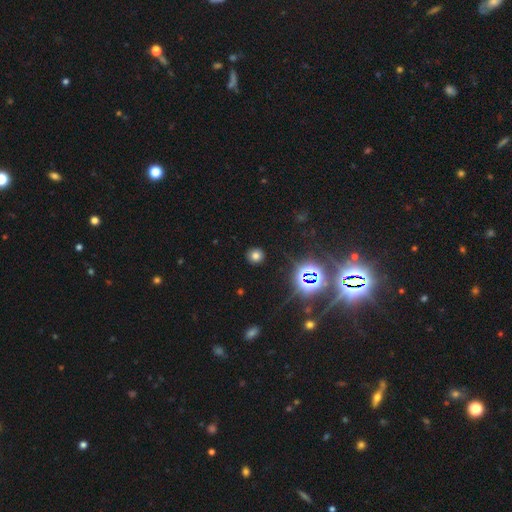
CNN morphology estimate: Smooth or featured: smooth — 68% (star or artifact — 25%)
How rounded: round — 89% (in between — 9%)
Merging: none — 89% (minor disturbance — 7%)